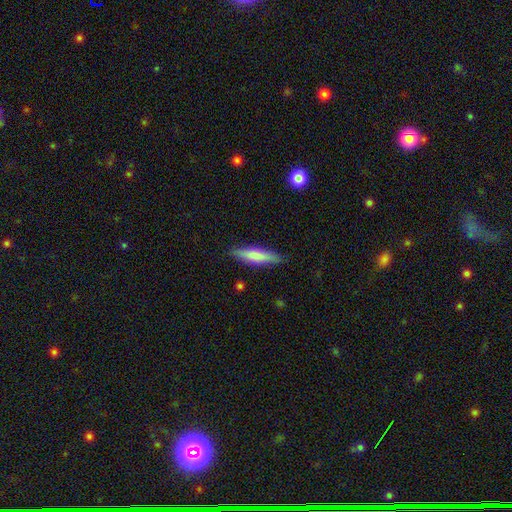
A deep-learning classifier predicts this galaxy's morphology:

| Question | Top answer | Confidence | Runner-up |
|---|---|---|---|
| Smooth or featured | smooth | 75% | featured or disk (20%) |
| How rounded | cigar-shaped | 76% | in between (23%) |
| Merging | none | 86% | minor disturbance (11%) |